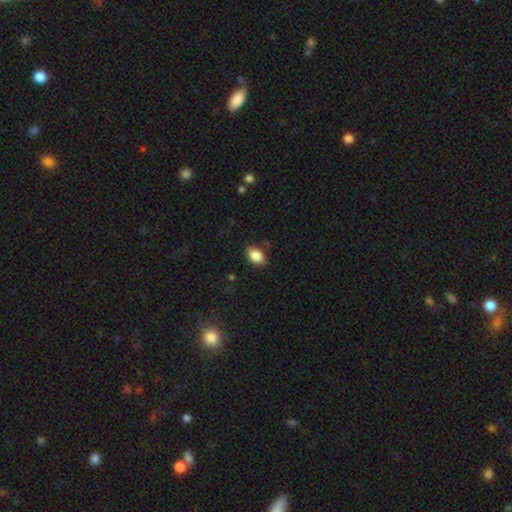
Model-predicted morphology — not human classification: This is clearly a smooth galaxy (87%). How rounded: clearly in between (87%). Merging: clearly none (84%).